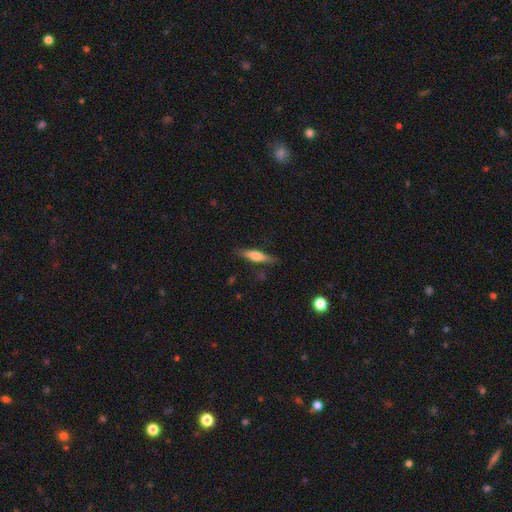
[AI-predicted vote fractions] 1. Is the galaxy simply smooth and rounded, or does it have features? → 53% smooth, 40% featured or disk, 6% star or artifact.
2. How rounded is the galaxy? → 80% cigar-shaped, 18% in between, 2% round.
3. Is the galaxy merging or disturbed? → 84% none, 12% minor disturbance, 3% major disturbance, 2% merger.